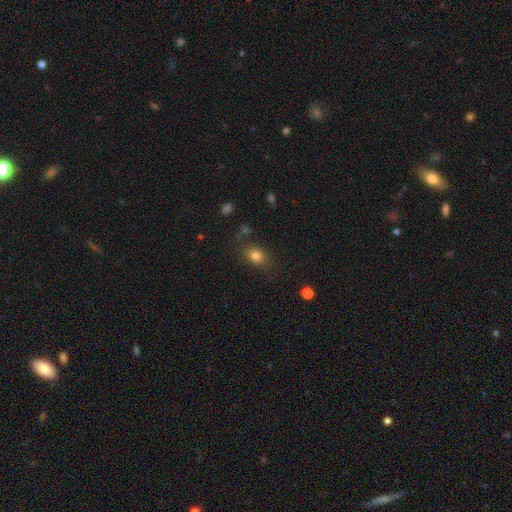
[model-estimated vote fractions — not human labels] Smooth or featured? smooth (79%)
How rounded? in between (60%)
Merging? none (76%)